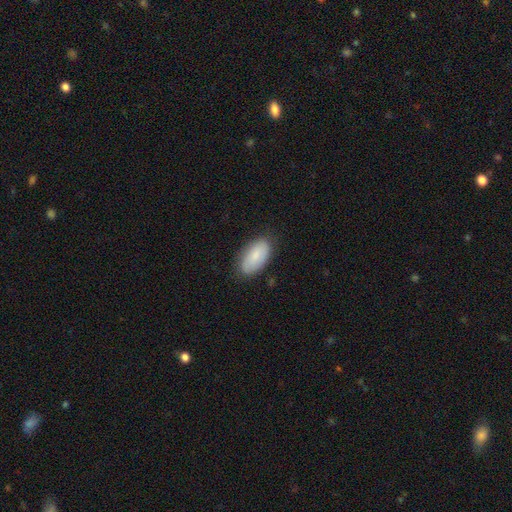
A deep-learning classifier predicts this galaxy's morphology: Smooth or featured?
  - smooth: 78% *
  - featured or disk: 16%
  - star or artifact: 6%
How rounded?
  - in between: 95% *
  - cigar-shaped: 3%
  - round: 3%
Merging?
  - none: 79% *
  - minor disturbance: 17%
  - major disturbance: 3%
  - merger: 1%